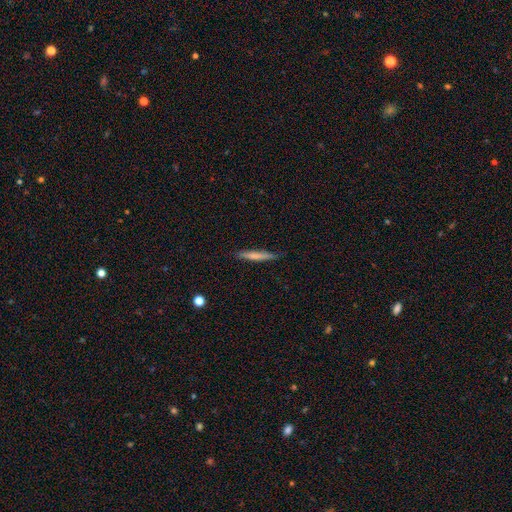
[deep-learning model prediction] Overall: smooth (67%; featured or disk 27%). How rounded: cigar-shaped (94%). Merging: none (81%).